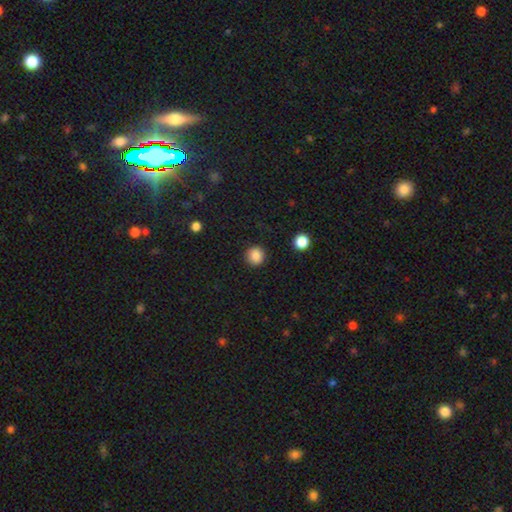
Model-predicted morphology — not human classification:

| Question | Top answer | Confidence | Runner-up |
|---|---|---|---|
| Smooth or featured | smooth | 86% | star or artifact (10%) |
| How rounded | round | 94% | in between (5%) |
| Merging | none | 92% | minor disturbance (5%) |